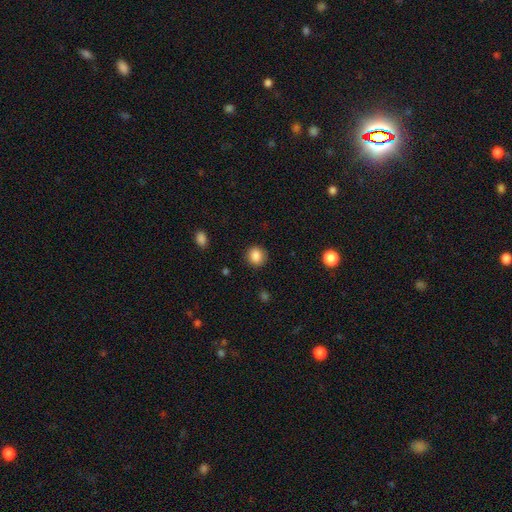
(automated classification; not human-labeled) The model was most divided on "how rounded": round: 82%, in between: 17%, cigar-shaped: 1%. More confident: merging — none (89%); smooth or featured — smooth (87%).